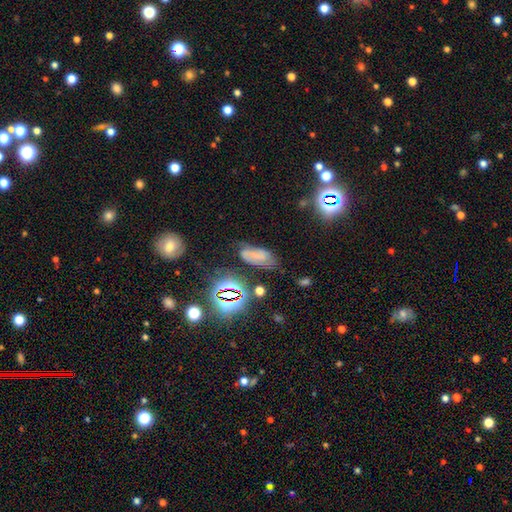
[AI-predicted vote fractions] This appears to be a smooth galaxy with no disk features (45%). Merging: none (53%).